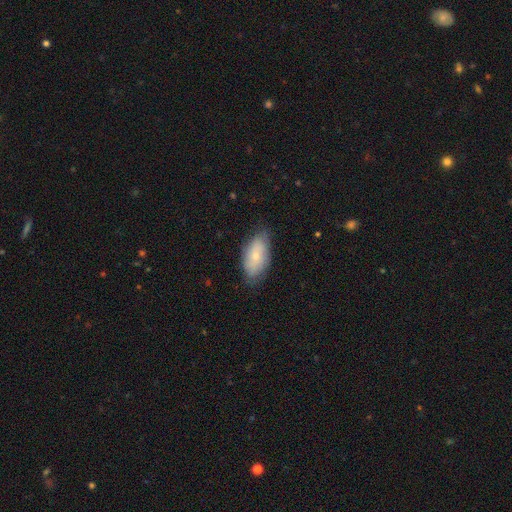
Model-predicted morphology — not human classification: A smooth galaxy with no disk features (65%) that is in between round and cigar-shaped (92%). Merging: none (74%).